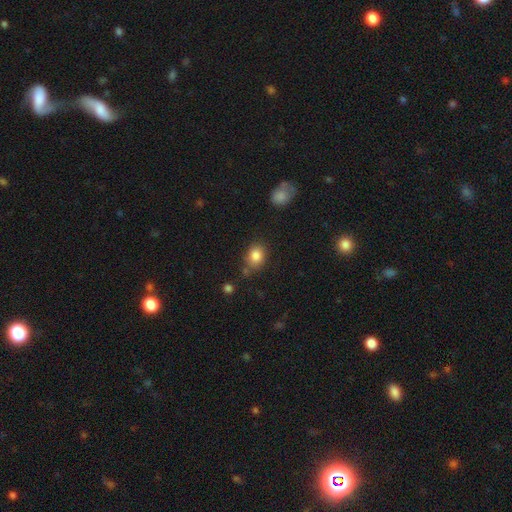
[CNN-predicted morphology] type=smooth (84%); roundness=round (52%); merging=none (70%).